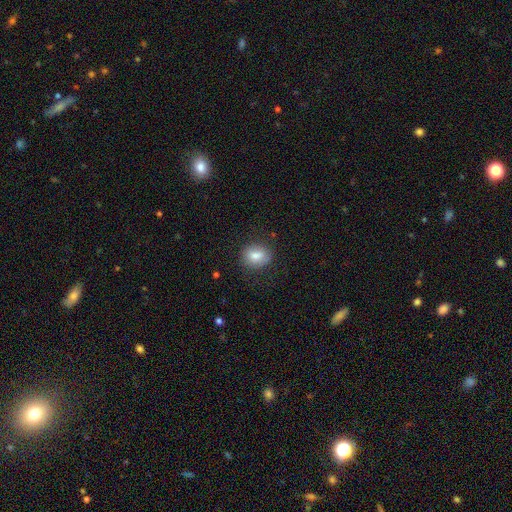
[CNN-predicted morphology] Smooth or featured? smooth (81%)
How rounded? round (54%)
Merging? none (80%)